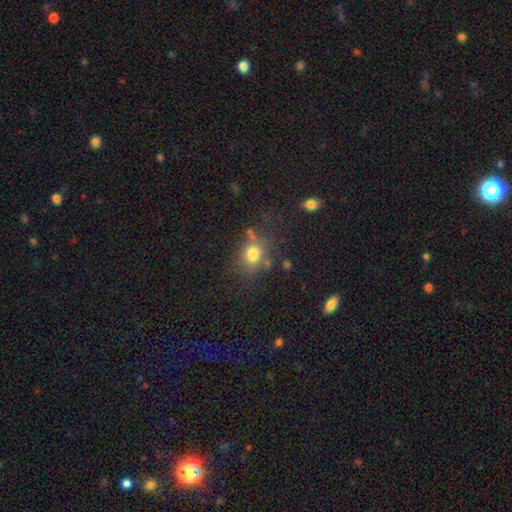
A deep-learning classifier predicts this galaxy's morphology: Smooth or featured? Predicted: smooth (p=0.76). How rounded? Predicted: round (p=0.62). Merging? Predicted: none (p=0.70).